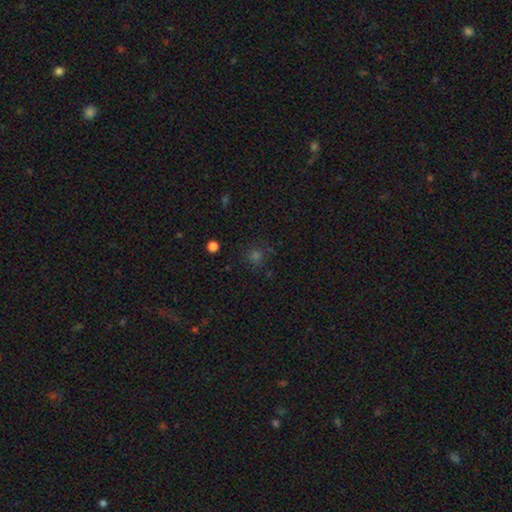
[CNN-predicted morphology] The model was most divided on "smooth or featured": smooth: 54%, star or artifact: 39%, featured or disk: 7%. More confident: how rounded — round (89%); merging — none (81%).